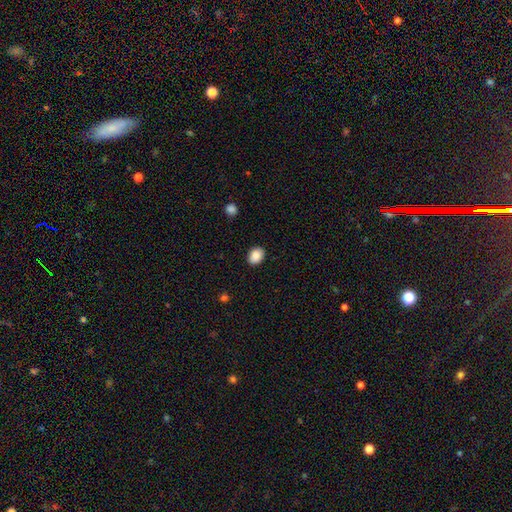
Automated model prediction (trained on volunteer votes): smooth_or_featured: smooth (p=0.89) [alt: star or artifact p=0.08]
how_rounded: in between (p=0.65) [alt: round p=0.34]
merging: none (p=0.88) [alt: minor disturbance p=0.08]